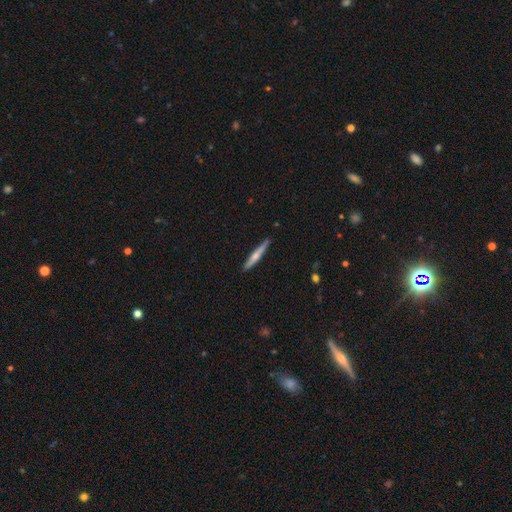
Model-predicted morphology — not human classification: This is possibly a featured or disk galaxy (50%). It is clearly viewed edge-on (96%). Merging: clearly none (89%).